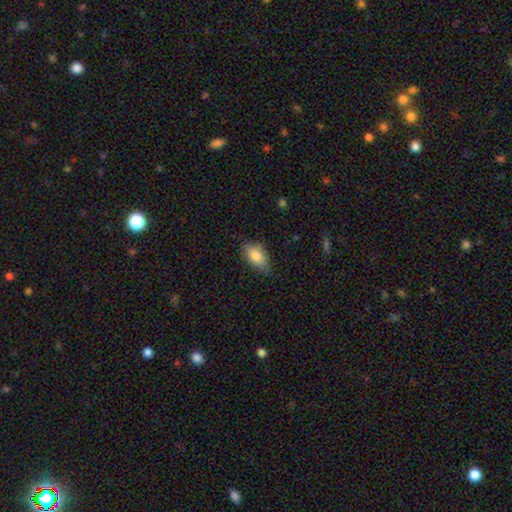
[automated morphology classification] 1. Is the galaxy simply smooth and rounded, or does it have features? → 82% smooth, 11% featured or disk, 7% star or artifact.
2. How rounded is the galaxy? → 91% in between, 5% cigar-shaped, 4% round.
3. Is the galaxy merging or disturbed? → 74% none, 21% minor disturbance, 4% major disturbance, 1% merger.